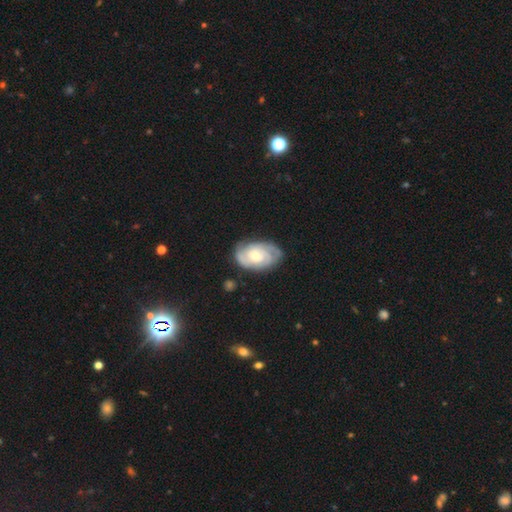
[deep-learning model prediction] smooth-or-featured: featured or disk: 78% | smooth: 17% | star or artifact: 5%
  disk-edge-on: no: 96% | yes: 4%
    bar: no: 68% | weak: 27% | strong: 5%
    has-spiral-arms: yes: 94% | no: 6%
      spiral-winding: tight: 67% | medium: 26% | loose: 6%
      spiral-arm-count: 2: 38% | can't tell: 25% | 3: 24% | 4: 6% | 1: 4% | more than 4: 3%
    bulge-size: moderate: 56% | small: 39% | large: 3% | none: 1% | dominant: 1%
  merging: none: 75% | minor disturbance: 19% | major disturbance: 5% | merger: 2%